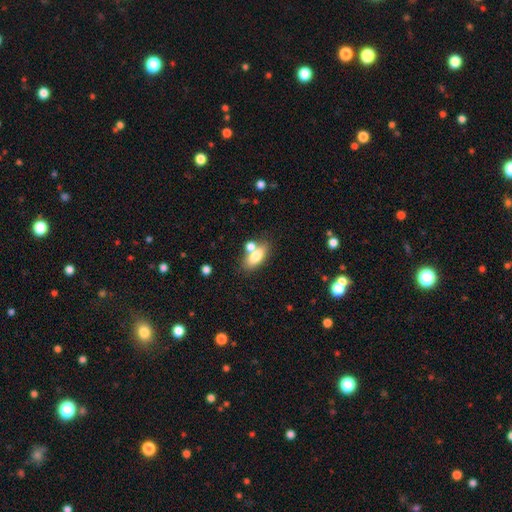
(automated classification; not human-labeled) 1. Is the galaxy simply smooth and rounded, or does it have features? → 76% smooth, 16% featured or disk, 8% star or artifact.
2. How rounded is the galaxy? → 80% in between, 14% cigar-shaped, 6% round.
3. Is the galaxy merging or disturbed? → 56% none, 28% merger, 12% minor disturbance, 4% major disturbance.